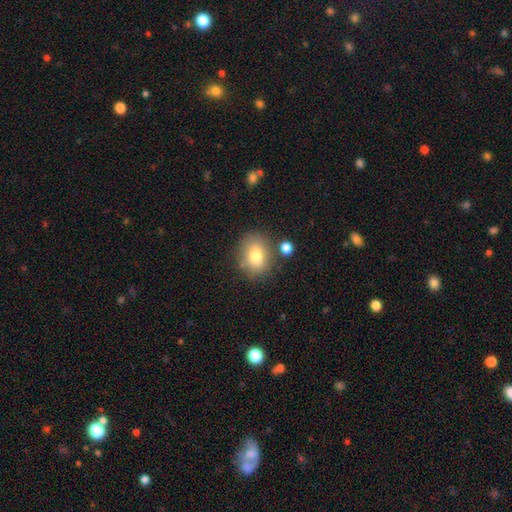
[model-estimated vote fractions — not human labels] Morphology: type=smooth (77%); roundness=in between (50%); merging=none (76%).